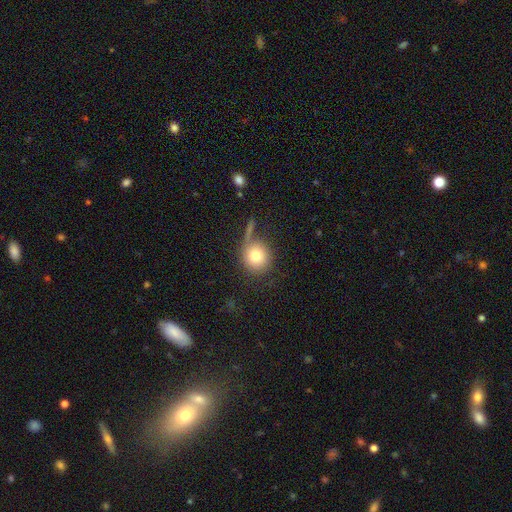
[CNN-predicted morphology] The model was most divided on "merging": none: 60%, minor disturbance: 17%, major disturbance: 12%, merger: 11%. More confident: how rounded — round (88%); smooth or featured — smooth (79%).